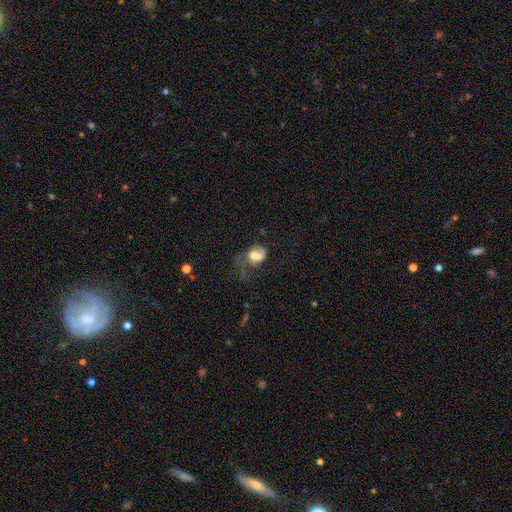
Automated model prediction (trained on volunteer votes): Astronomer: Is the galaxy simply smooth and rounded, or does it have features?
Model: smooth — 56% (runner-up: featured or disk, 33%).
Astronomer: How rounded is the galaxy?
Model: in between — 61% (runner-up: round, 37%).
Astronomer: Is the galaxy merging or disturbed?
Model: major disturbance — 34% (runner-up: merger, 33%).